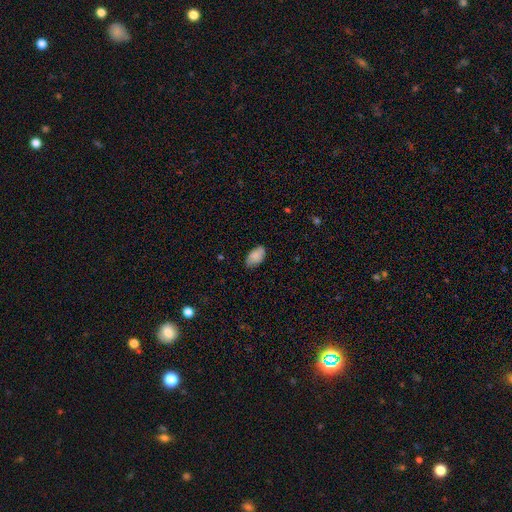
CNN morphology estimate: Smooth or featured? Predicted: smooth (p=0.85). How rounded? Predicted: in between (p=0.94). Merging? Predicted: none (p=0.79).